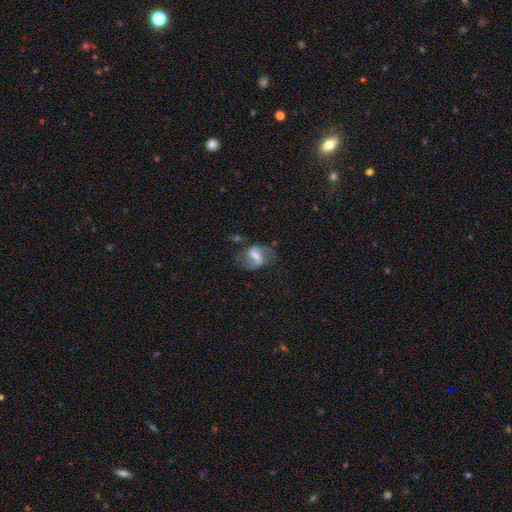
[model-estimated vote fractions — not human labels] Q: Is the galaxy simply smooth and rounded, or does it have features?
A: featured or disk — 66%.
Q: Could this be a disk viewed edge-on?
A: no — 96%.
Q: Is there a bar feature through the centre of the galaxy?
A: strong — 43%.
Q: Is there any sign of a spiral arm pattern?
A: yes — 81%.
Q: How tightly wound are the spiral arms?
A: medium — 44%.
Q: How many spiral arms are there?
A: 2 — 84%.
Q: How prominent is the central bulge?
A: moderate — 49%.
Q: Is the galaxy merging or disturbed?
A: none — 57%.